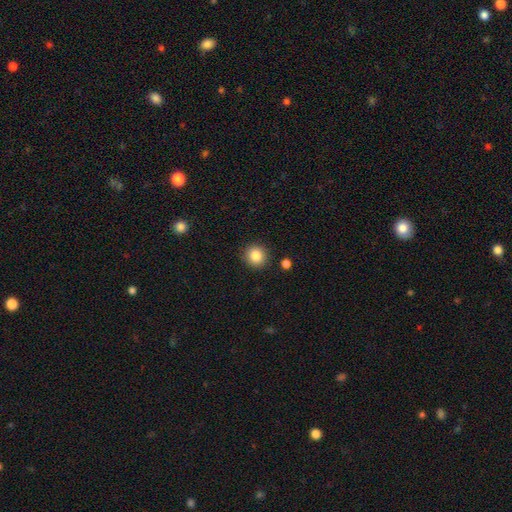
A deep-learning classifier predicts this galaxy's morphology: type=smooth (86%); roundness=round (92%); merging=none (89%).